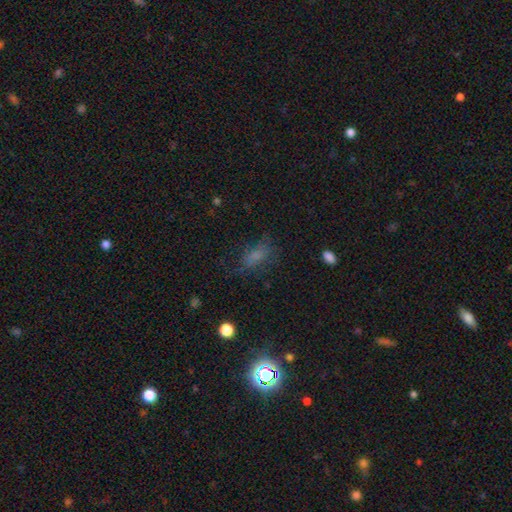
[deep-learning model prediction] Morphology: type=smooth (64%); roundness=in between (79%); merging=none (59%).